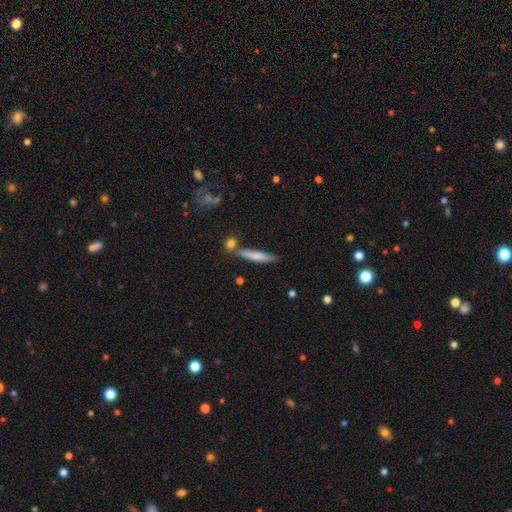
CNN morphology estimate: Overall: smooth (74%). How rounded: cigar-shaped (90%). Merging: none (78%).